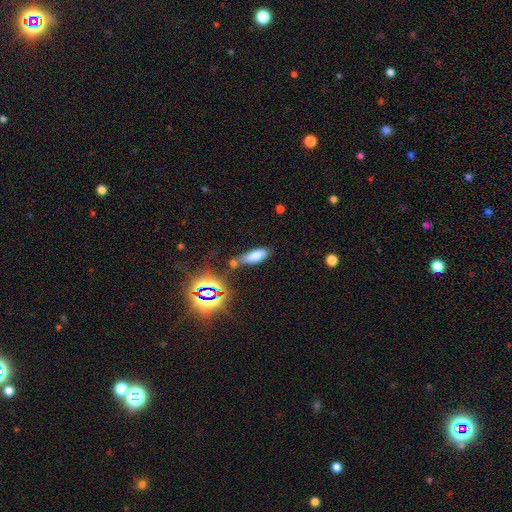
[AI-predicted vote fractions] A smooth galaxy with no disk features (70%) that is in between round and cigar-shaped (68%).

Vote fractions:
- Smooth or featured? smooth: 70% / star or artifact: 19% / featured or disk: 11%
- How rounded? in between: 68% / cigar-shaped: 29% / round: 3%
- Merging? none: 53% / minor disturbance: 22% / merger: 16% / major disturbance: 9%